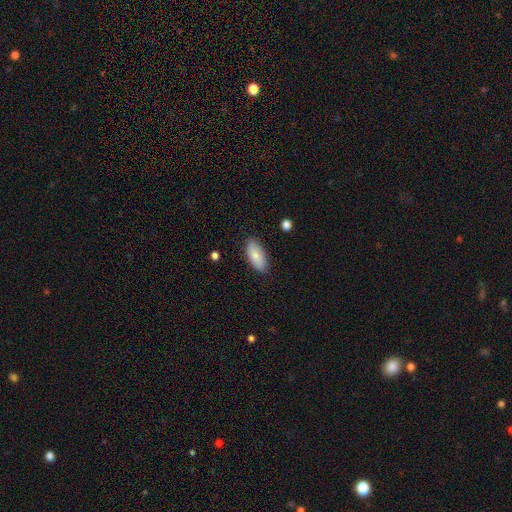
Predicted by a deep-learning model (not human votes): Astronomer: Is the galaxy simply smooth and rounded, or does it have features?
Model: smooth — 84%.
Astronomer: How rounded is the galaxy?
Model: in between — 88%.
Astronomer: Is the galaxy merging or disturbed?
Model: none — 86%.